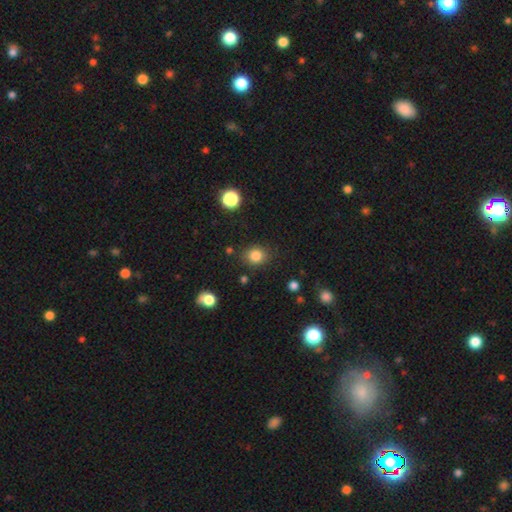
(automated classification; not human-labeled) Morphology: type=smooth (83%); roundness=round (70%); merging=none (82%).